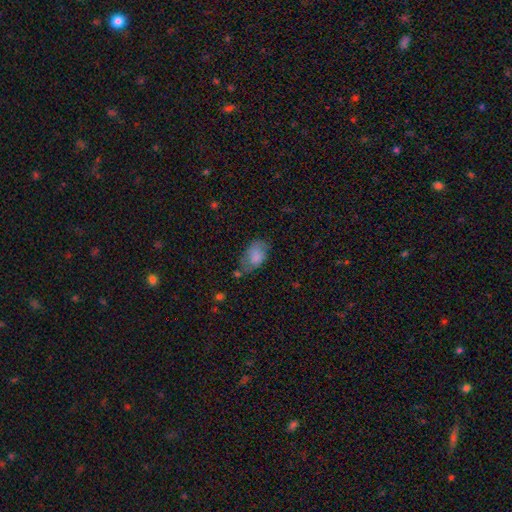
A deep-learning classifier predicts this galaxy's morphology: smooth 77%, featured or disk 14%, star or artifact 8%. Down the decision tree: how rounded — in between (90%); merging — none (46%).